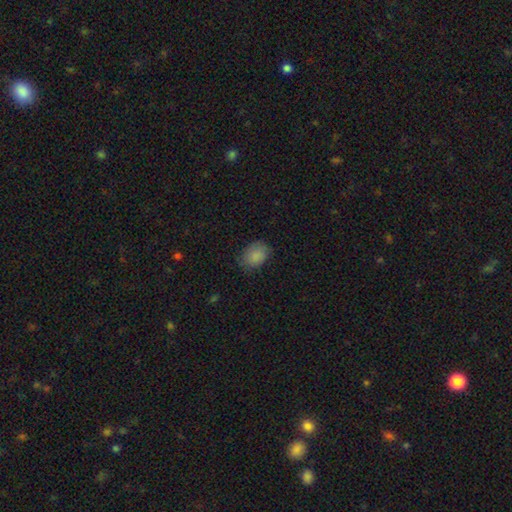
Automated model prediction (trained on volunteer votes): This appears to be a smooth galaxy with no disk features (86%) that is in between round and cigar-shaped (67%). Merging: none (72%).